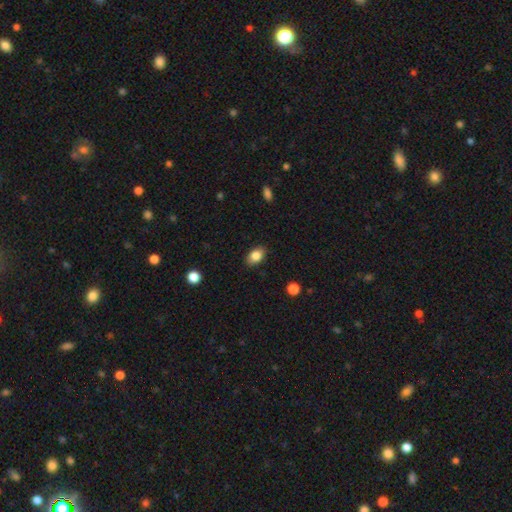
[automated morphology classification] Smooth or featured? Predicted: smooth (p=0.85). How rounded? Predicted: in between (p=0.84). Merging? Predicted: none (p=0.86).